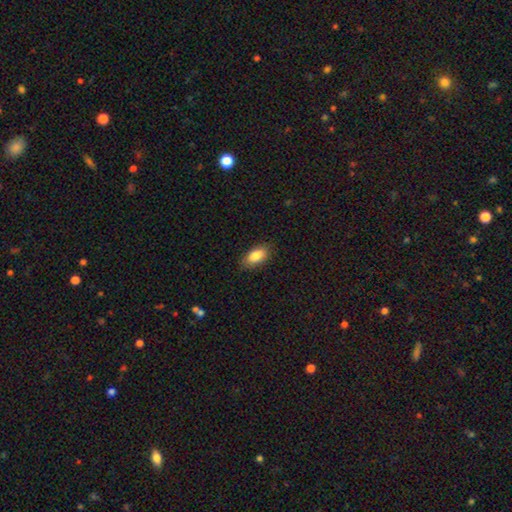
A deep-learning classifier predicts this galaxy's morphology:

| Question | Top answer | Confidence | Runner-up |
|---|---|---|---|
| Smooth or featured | smooth | 83% | featured or disk (10%) |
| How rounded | in between | 91% | cigar-shaped (5%) |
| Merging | none | 85% | minor disturbance (11%) |